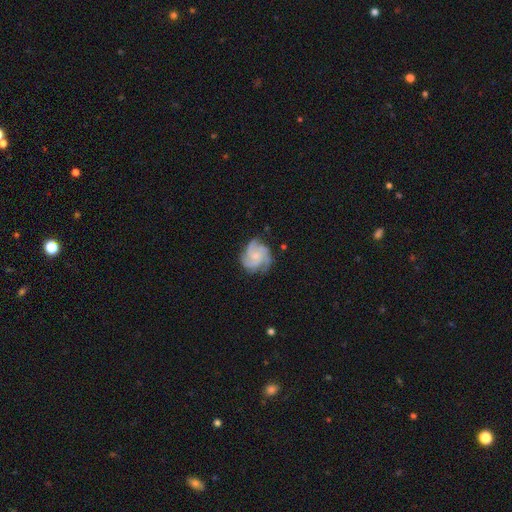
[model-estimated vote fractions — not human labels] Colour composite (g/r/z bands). It shows a featured or disk galaxy (83%) with no bar (76%), 3 (41%) tight (51%) spiral arms (97%) and a small central bulge (63%). Merging: none (74%).